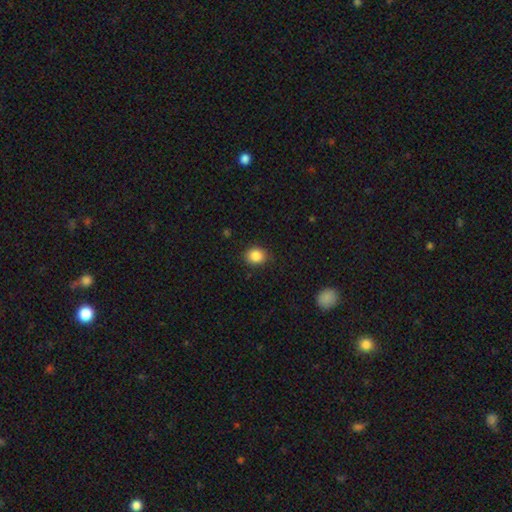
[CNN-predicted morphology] The model was most divided on "how rounded": round: 71%, in between: 28%, cigar-shaped: 1%. More confident: smooth or featured — smooth (86%); merging — none (86%).